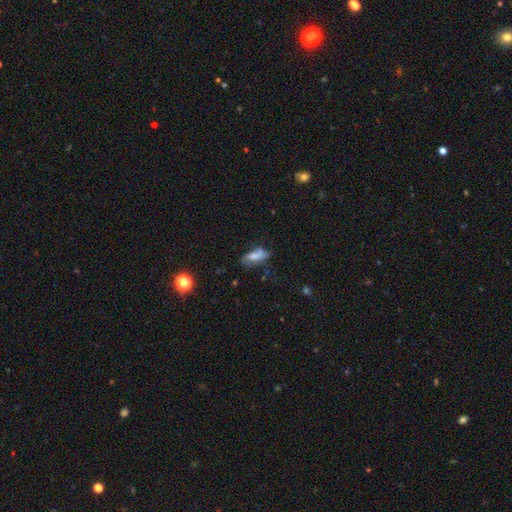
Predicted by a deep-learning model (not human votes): The model was most divided on "smooth or featured": smooth: 53%, featured or disk: 37%, star or artifact: 10%. Remaining: how rounded — in between (83%); merging — none (49%).